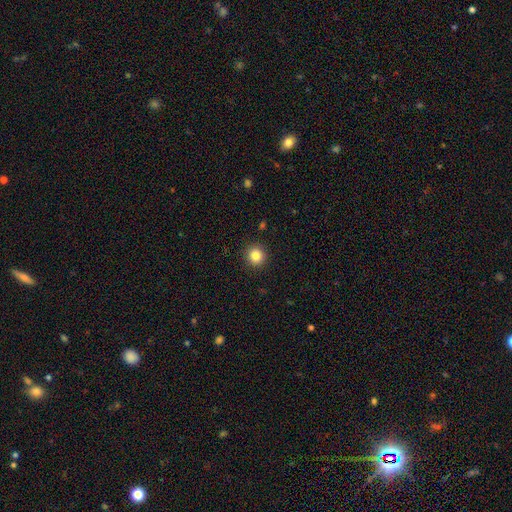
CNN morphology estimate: smooth-or-featured: smooth: 84% | star or artifact: 11% | featured or disk: 5%
  how-rounded: round: 93% | in between: 6% | cigar-shaped: 1%
  merging: none: 92% | minor disturbance: 5% | major disturbance: 2% | merger: 1%